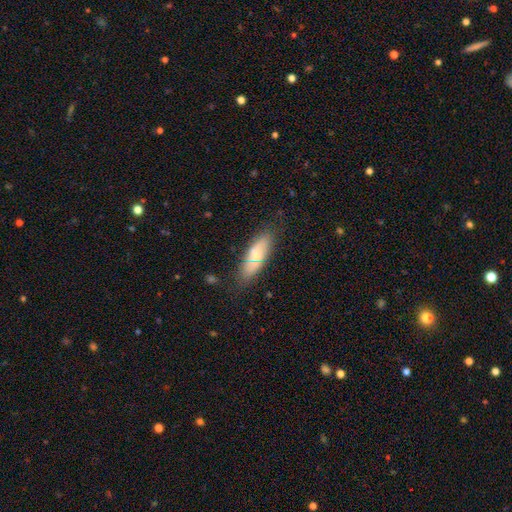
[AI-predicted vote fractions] Overall: smooth (65%; featured or disk 28%). How rounded: in between (56%; cigar-shaped 41%). Merging: none (77%).